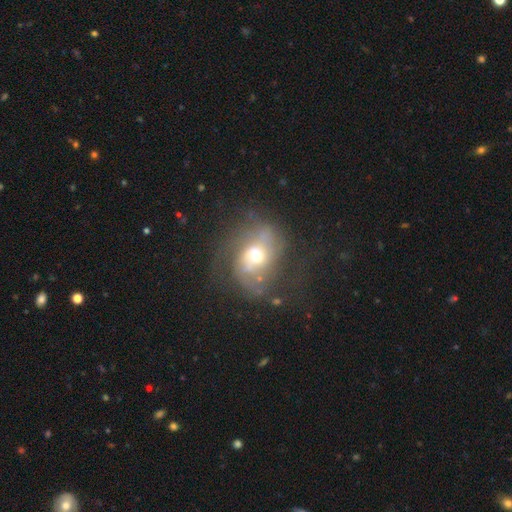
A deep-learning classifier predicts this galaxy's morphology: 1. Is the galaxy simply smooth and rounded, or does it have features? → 65% featured or disk, 25% smooth, 9% star or artifact.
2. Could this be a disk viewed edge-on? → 96% no, 4% yes.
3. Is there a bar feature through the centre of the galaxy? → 63% no, 28% weak, 9% strong.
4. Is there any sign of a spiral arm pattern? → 75% yes, 25% no.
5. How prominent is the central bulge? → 67% moderate, 20% small, 10% large, 1% dominant, 1% none.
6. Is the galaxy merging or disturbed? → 50% none, 24% major disturbance, 22% minor disturbance, 3% merger.